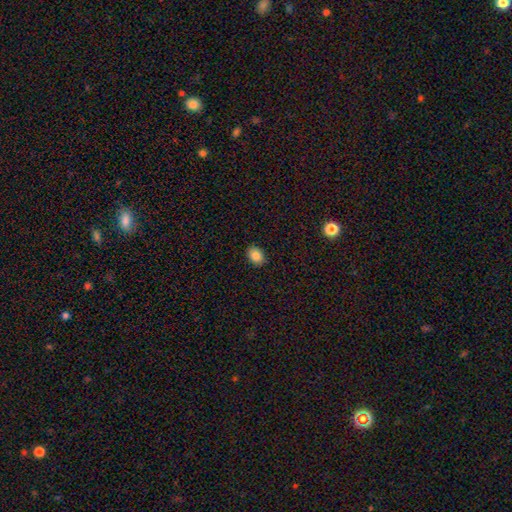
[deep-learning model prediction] Morphology: type=smooth (85%); roundness=in between (74%); merging=none (90%).